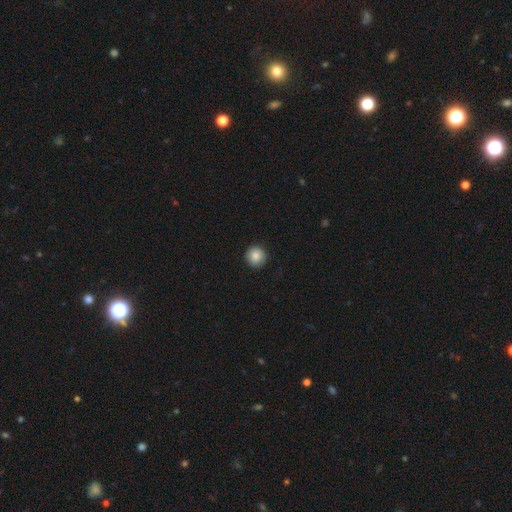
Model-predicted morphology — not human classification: smooth_or_featured: smooth (p=0.86) [alt: star or artifact p=0.08]
how_rounded: round (p=0.94) [alt: in between p=0.05]
merging: none (p=0.90) [alt: minor disturbance p=0.07]